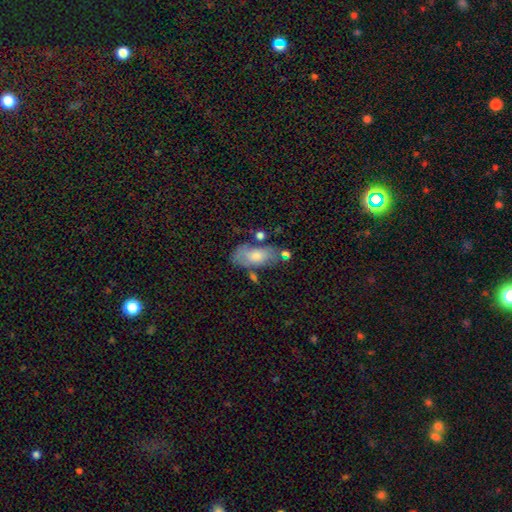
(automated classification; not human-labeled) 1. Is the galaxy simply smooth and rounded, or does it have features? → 70% smooth, 24% featured or disk, 7% star or artifact.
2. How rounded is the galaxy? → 88% in between, 9% cigar-shaped, 3% round.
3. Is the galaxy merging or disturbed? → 54% none, 25% minor disturbance, 11% merger, 10% major disturbance.